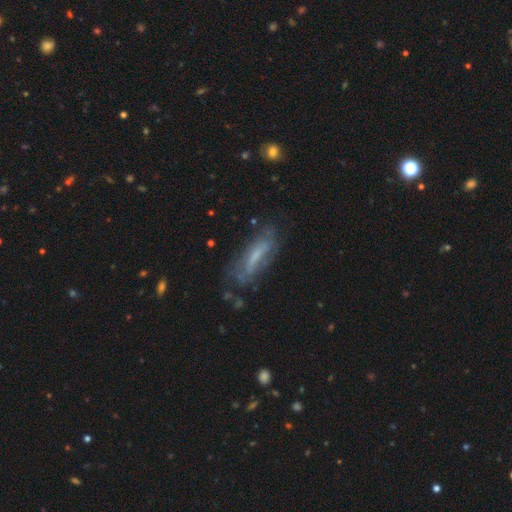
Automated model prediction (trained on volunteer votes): smooth-or-featured: featured or disk: 52% | smooth: 39% | star or artifact: 9%
  disk-edge-on: no: 62% | yes: 38%
  merging: none: 64% | minor disturbance: 23% | major disturbance: 10% | merger: 3%